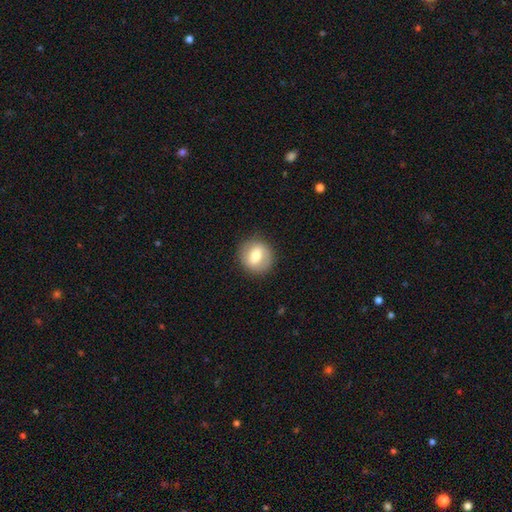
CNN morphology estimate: Q: Smooth or featured?
A: smooth (63%); runner-up: featured or disk (30%)
Q: How rounded?
A: round (84%); runner-up: in between (15%)
Q: Merging?
A: none (87%); runner-up: minor disturbance (9%)